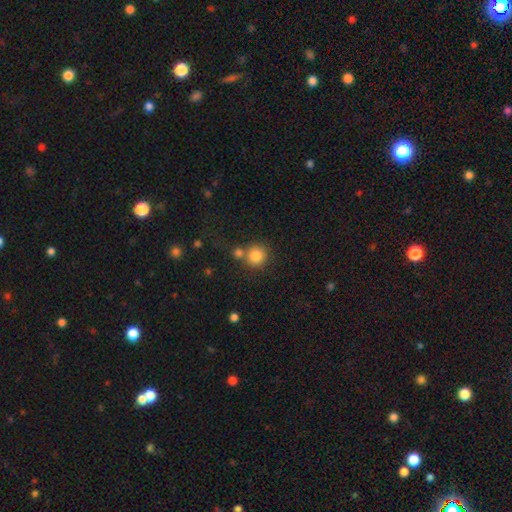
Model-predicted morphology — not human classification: This is clearly a smooth galaxy (83%). How rounded: clearly round (92%). Merging: likely none (64%).